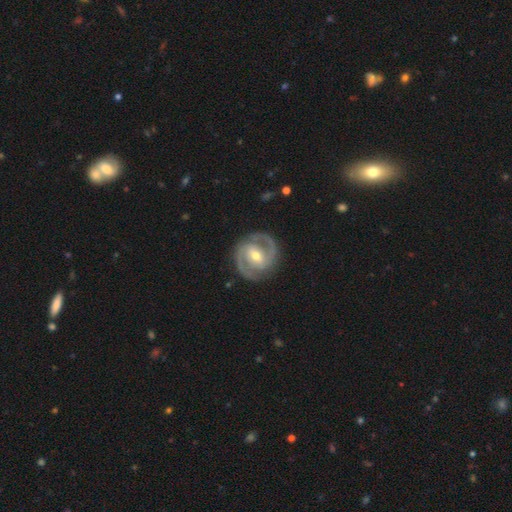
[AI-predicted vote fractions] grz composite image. It shows a featured or disk galaxy (90%) with a weak bar (42%), 2 (92%) medium (48%) spiral arms (97%) and a moderate central bulge (59%). Merging: none (87%).